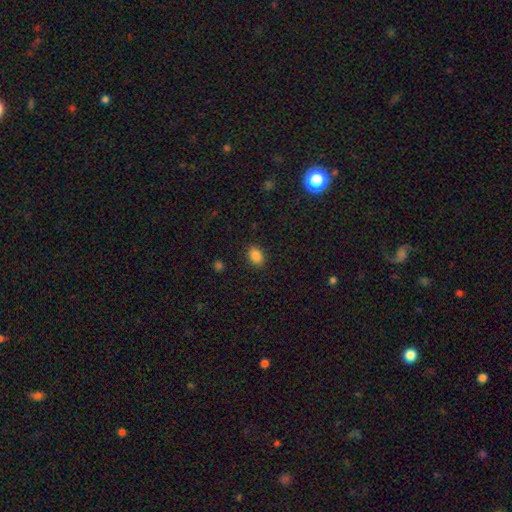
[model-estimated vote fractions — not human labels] This appears to be a smooth galaxy with no disk features (86%) that is in between round and cigar-shaped (74%). Merging: none (87%).